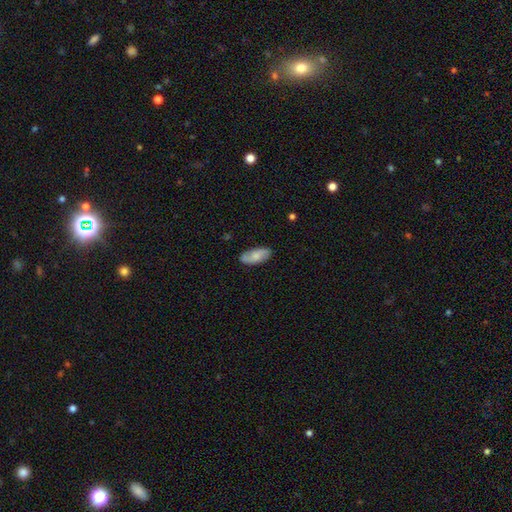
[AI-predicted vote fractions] smooth 69%, featured or disk 25%, star or artifact 6%. Down the decision tree: how rounded — in between (88%); merging — none (82%).